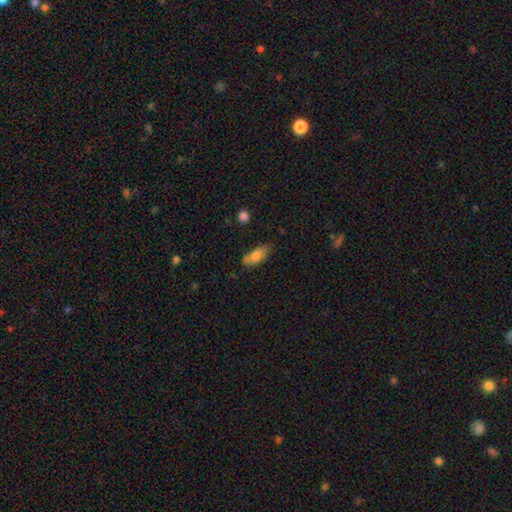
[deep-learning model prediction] This appears to be a smooth galaxy with no disk features (78%) that is in between round and cigar-shaped (78%). Merging: none (67%).